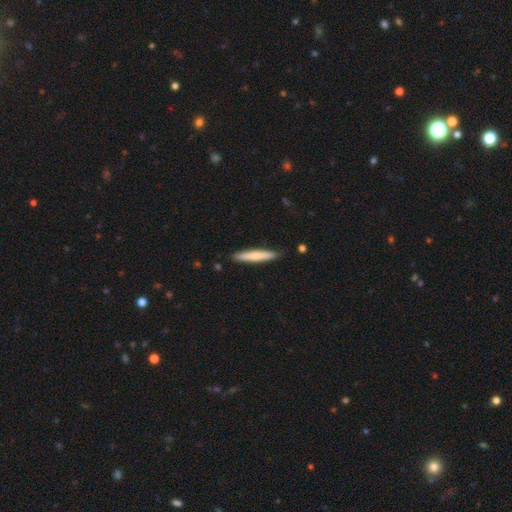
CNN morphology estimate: Smooth or featured? Predicted: smooth (p=0.70). How rounded? Predicted: cigar-shaped (p=0.93). Merging? Predicted: none (p=0.89).